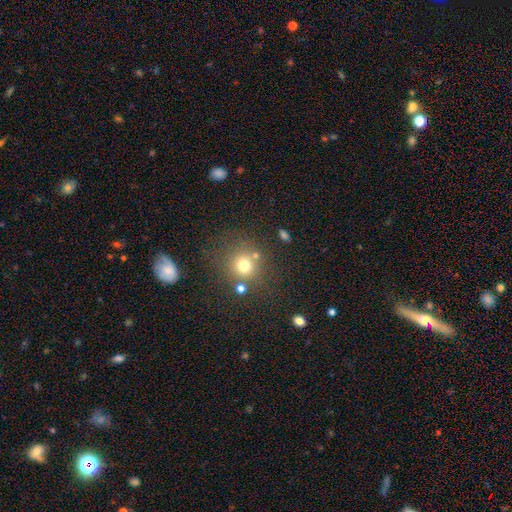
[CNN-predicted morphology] The model was most divided on "smooth or featured": smooth: 70%, star or artifact: 19%, featured or disk: 11%. More confident: how rounded — round (87%); merging — none (72%).